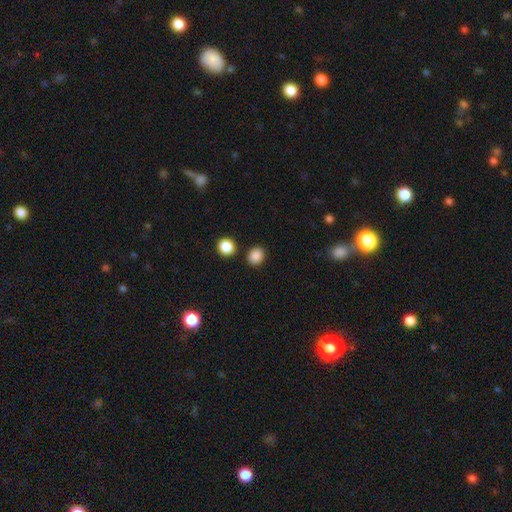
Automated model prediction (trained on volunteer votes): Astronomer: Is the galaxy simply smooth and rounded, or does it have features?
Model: smooth — 86%.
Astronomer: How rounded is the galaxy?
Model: round — 64%.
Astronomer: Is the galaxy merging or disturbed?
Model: none — 85%.